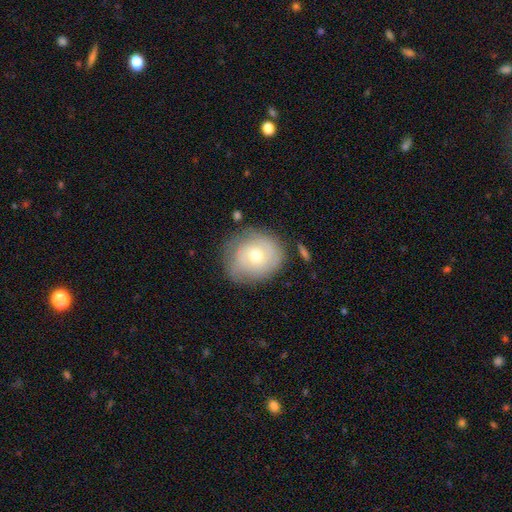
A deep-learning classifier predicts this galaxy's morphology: Smooth or featured? Predicted: smooth (p=0.47). Merging? Predicted: none (p=0.73).